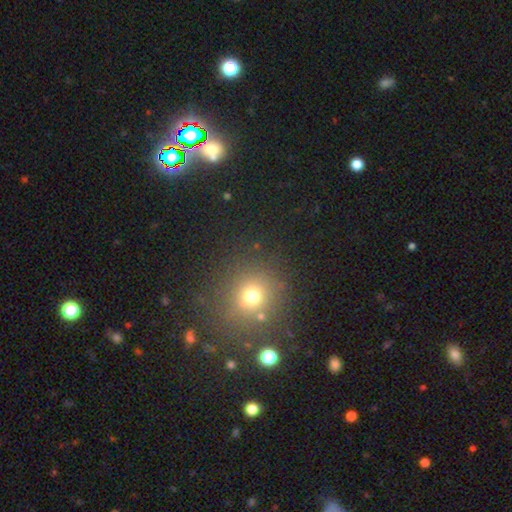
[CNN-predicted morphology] type=smooth (49%); merging=none (84%).